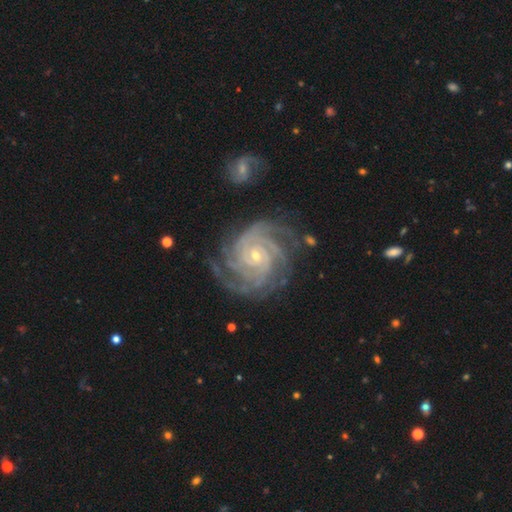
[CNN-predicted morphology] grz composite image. It shows a featured or disk galaxy (93%) with no bar (66%), 4 (35%) tight (79%) spiral arms (99%) and a small central bulge (76%). Merging: none (73%).